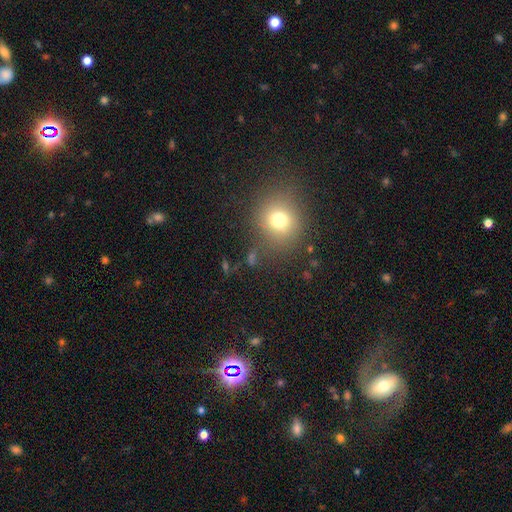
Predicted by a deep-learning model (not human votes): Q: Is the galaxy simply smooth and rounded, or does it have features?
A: smooth — 62%.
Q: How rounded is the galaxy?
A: round — 83%.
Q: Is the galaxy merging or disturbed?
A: none — 82%.